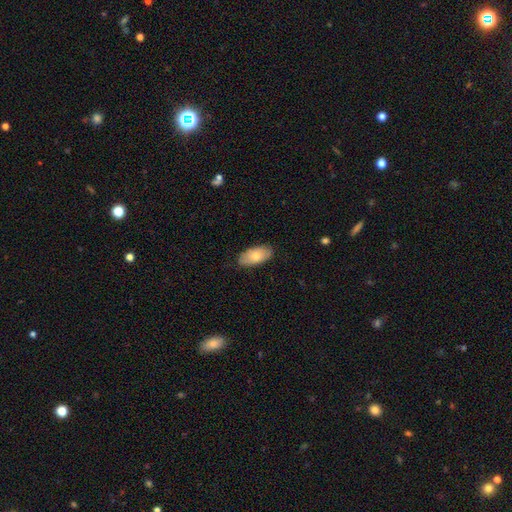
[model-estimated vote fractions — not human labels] Smooth or featured?
  - smooth: 77% *
  - featured or disk: 17%
  - star or artifact: 6%
How rounded?
  - in between: 93% *
  - cigar-shaped: 5%
  - round: 3%
Merging?
  - none: 85% *
  - minor disturbance: 12%
  - major disturbance: 2%
  - merger: 1%